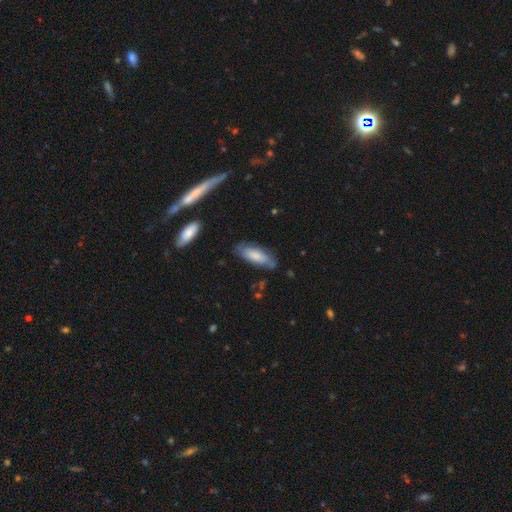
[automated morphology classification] This appears to be a smooth galaxy with no disk features (69%) that is in between round and cigar-shaped (70%). Merging: none (70%).